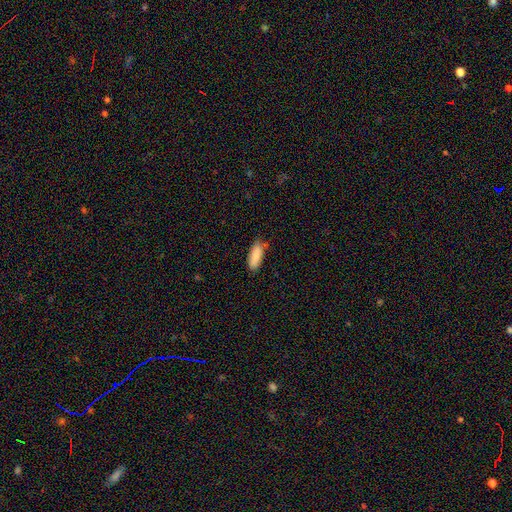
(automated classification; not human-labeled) smooth 88%, star or artifact 6%, featured or disk 6%. Down the decision tree: how rounded — in between (68%); merging — none (76%).